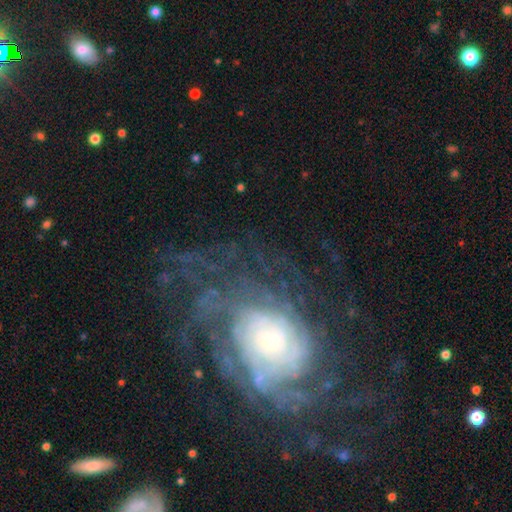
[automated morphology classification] Smooth or featured? Predicted: featured or disk (p=0.81). Edge-on disk? Predicted: no (p=0.97). Bar? Predicted: no (p=0.77). Spiral arms? Predicted: yes (p=0.92). Spiral winding? Predicted: tight (p=0.59). Spiral arm count? Predicted: can't tell (p=0.41). Bulge size? Predicted: small (p=0.46). Merging? Predicted: none (p=0.66).